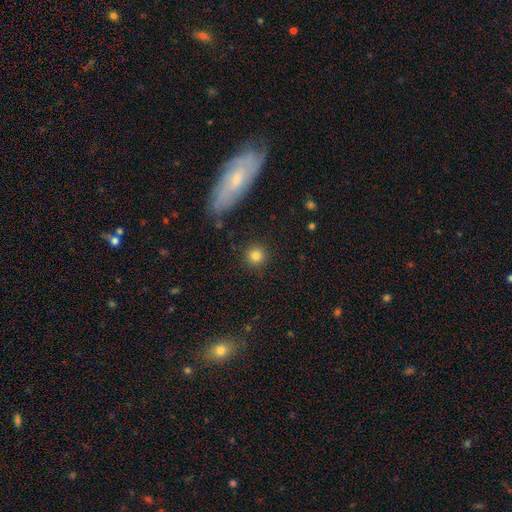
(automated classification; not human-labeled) This appears to be a smooth galaxy with no disk features (82%) that is round (93%). Merging: none (89%).